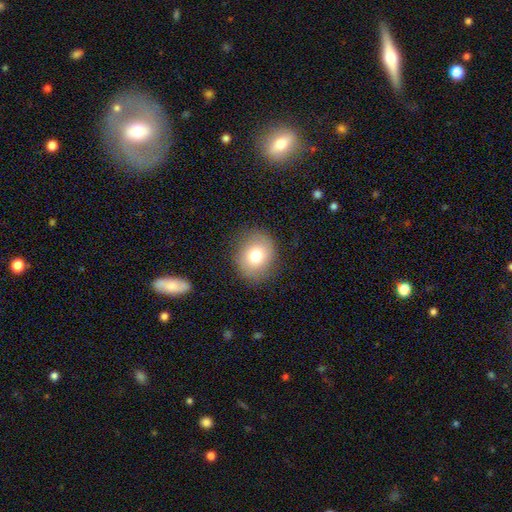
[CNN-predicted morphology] This is likely a smooth galaxy (77%). How rounded: likely round (63%). Merging: clearly none (84%).